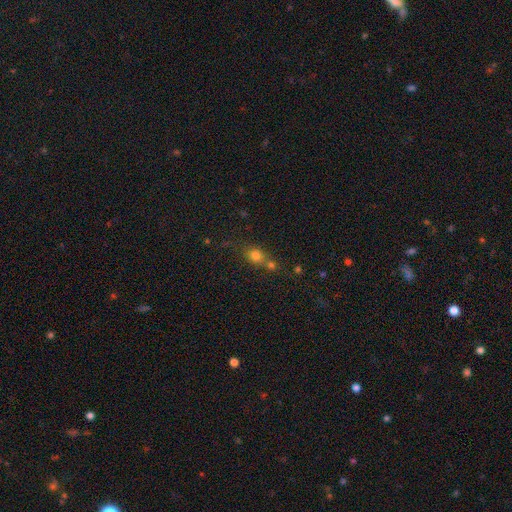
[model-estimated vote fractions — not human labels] A smooth galaxy with no disk features (75%) that is round (53%).

Vote fractions:
- Smooth or featured? smooth: 75% / star or artifact: 14% / featured or disk: 11%
- How rounded? round: 53% / in between: 43% / cigar-shaped: 4%
- Merging? none: 43% / merger: 41% / minor disturbance: 11% / major disturbance: 5%